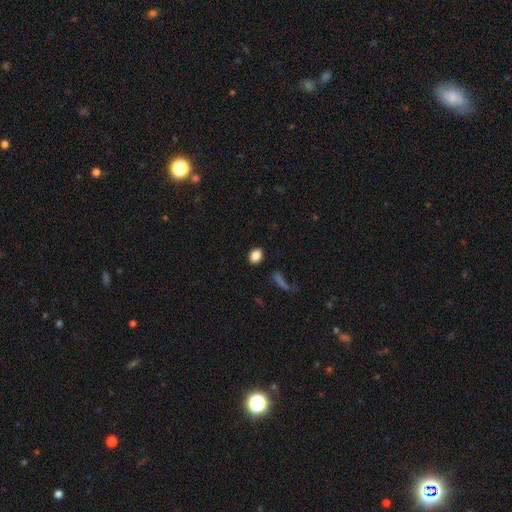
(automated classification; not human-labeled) This is clearly a smooth galaxy (86%). How rounded: likely in between (67%). Merging: clearly none (87%).